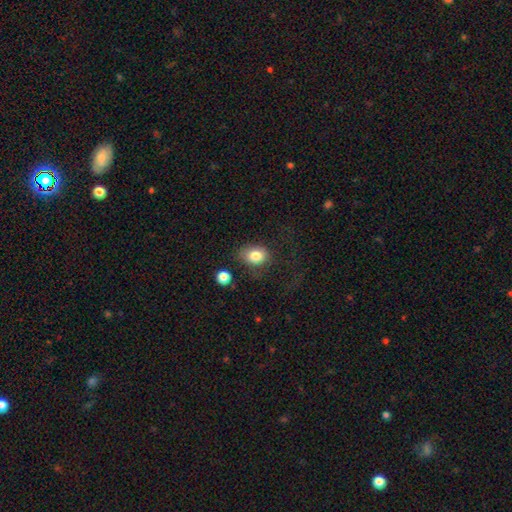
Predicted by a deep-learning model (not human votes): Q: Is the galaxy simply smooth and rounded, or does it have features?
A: smooth — 82%.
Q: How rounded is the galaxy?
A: in between — 62%.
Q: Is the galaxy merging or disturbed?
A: none — 55%.